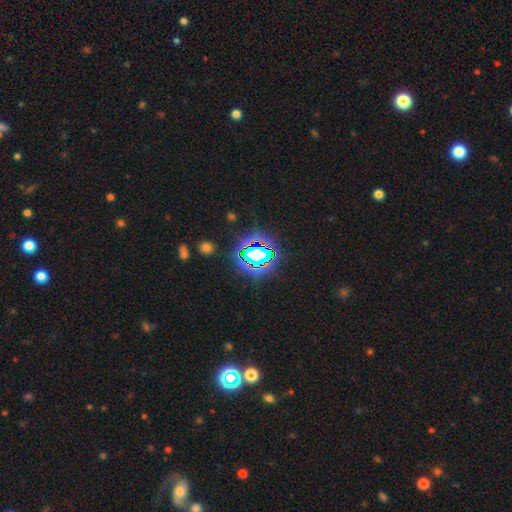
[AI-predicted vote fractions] Q: Smooth or featured?
A: star or artifact (69%); runner-up: smooth (18%)